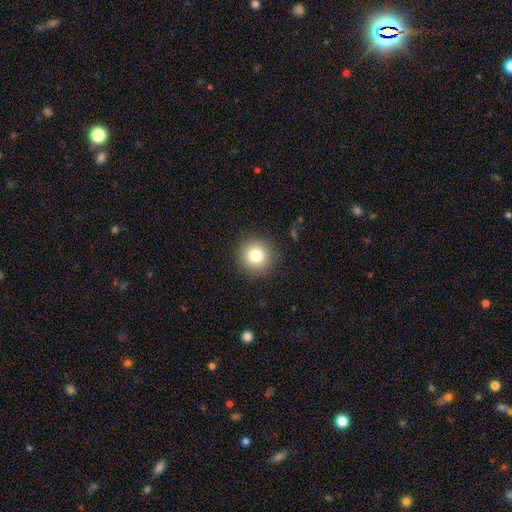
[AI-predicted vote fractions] Q: Smooth or featured?
A: smooth (80%); runner-up: star or artifact (11%)
Q: How rounded?
A: round (95%); runner-up: in between (4%)
Q: Merging?
A: none (90%); runner-up: minor disturbance (6%)